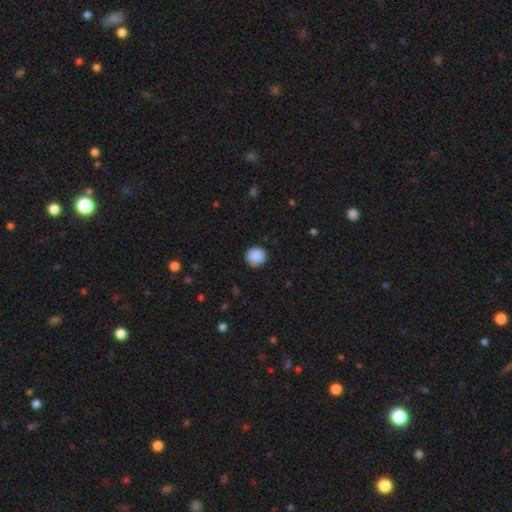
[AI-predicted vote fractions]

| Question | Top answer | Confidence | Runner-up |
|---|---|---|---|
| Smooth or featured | smooth | 89% | star or artifact (8%) |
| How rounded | round | 91% | in between (8%) |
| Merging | none | 88% | minor disturbance (9%) |